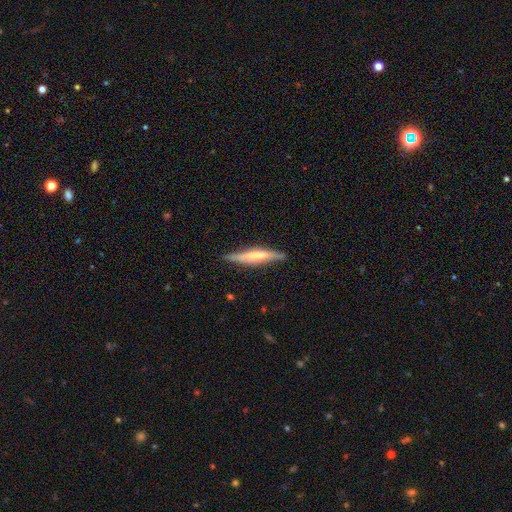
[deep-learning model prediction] smooth_or_featured: featured or disk (p=0.51) [alt: smooth p=0.43]
disk_edge_on: yes (p=0.94) [alt: no p=0.06]
merging: none (p=0.83) [alt: minor disturbance p=0.13]